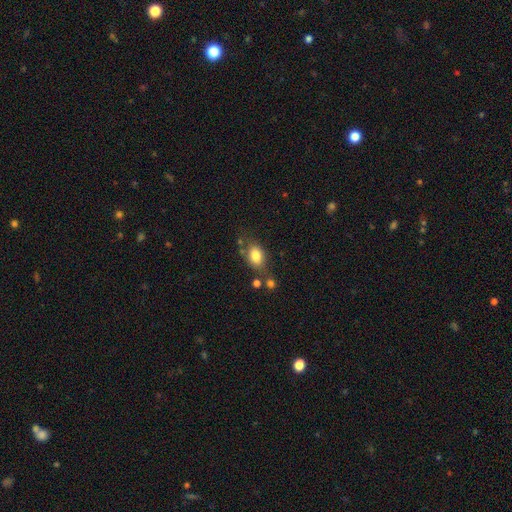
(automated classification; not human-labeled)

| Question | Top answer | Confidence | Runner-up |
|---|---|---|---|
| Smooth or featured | smooth | 82% | featured or disk (9%) |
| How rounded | in between | 78% | round (21%) |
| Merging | none | 65% | minor disturbance (18%) |